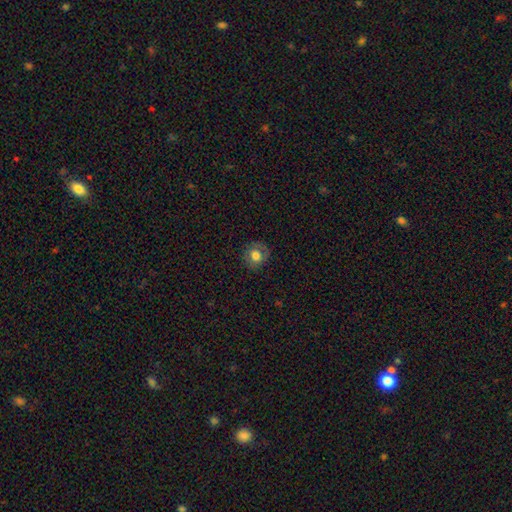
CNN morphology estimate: This is likely a smooth galaxy (75%). How rounded: clearly round (86%). Merging: clearly none (84%).